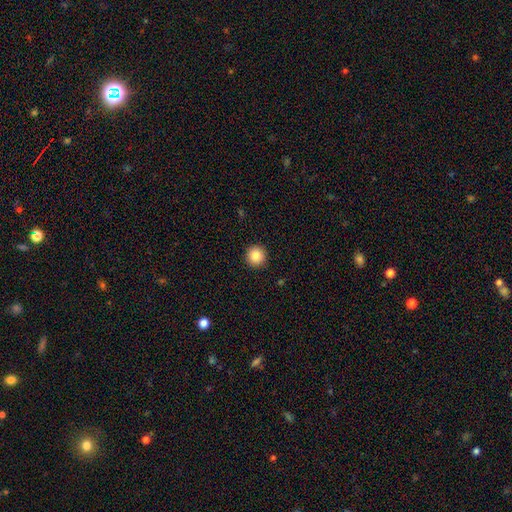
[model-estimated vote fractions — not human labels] The model was most divided on "smooth or featured": smooth: 85%, star or artifact: 10%, featured or disk: 5%. More confident: how rounded — round (95%); merging — none (93%).